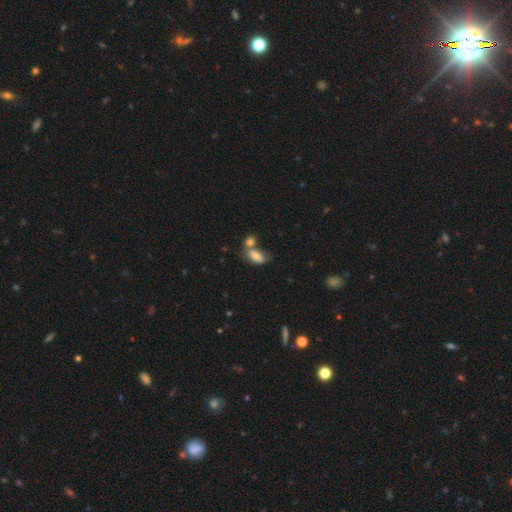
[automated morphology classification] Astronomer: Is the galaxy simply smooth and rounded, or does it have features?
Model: smooth — 76%.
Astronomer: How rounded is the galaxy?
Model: in between — 87%.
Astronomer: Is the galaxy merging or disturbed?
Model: merger — 45% (runner-up: none, 34%).